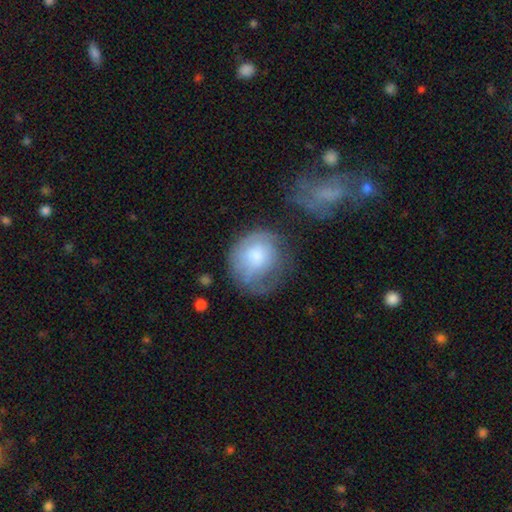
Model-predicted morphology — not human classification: Smooth or featured?
  - smooth: 60% *
  - featured or disk: 32%
  - star or artifact: 8%
How rounded?
  - round: 76% *
  - in between: 23%
  - cigar-shaped: 1%
Merging?
  - none: 46% *
  - minor disturbance: 29%
  - major disturbance: 20%
  - merger: 5%